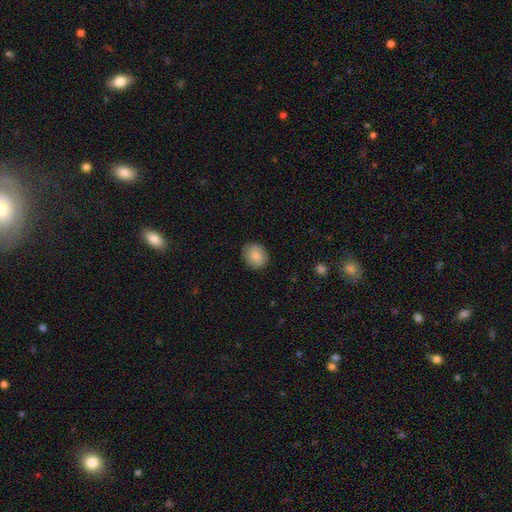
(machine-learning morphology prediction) Smooth or featured: smooth — 87% (star or artifact — 7%)
How rounded: round — 60% (in between — 39%)
Merging: none — 88% (minor disturbance — 9%)